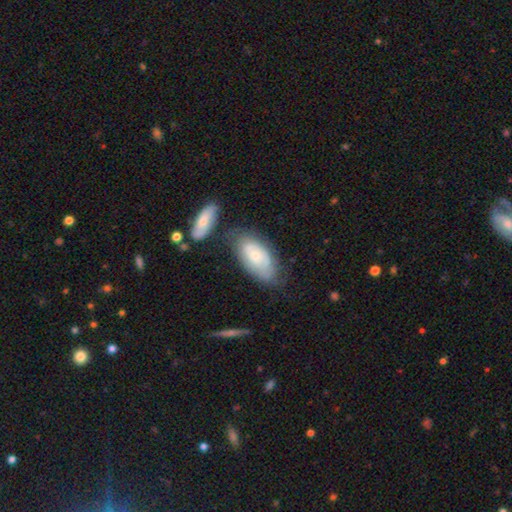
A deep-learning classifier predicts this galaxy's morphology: A smooth galaxy with no disk features (53%) that is in between round and cigar-shaped (91%).

Vote fractions:
- Smooth or featured? smooth: 53% / featured or disk: 40% / star or artifact: 6%
- How rounded? in between: 91% / cigar-shaped: 5% / round: 4%
- Merging? none: 53% / minor disturbance: 25% / merger: 13% / major disturbance: 9%